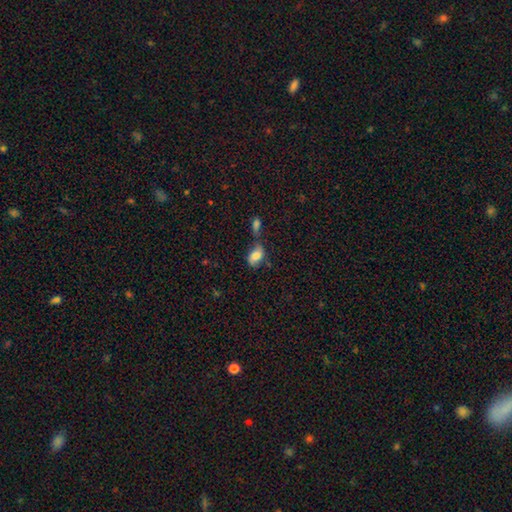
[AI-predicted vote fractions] smooth 71%, featured or disk 20%, star or artifact 9%. Down the decision tree: how rounded — in between (85%); merging — merger (35%).